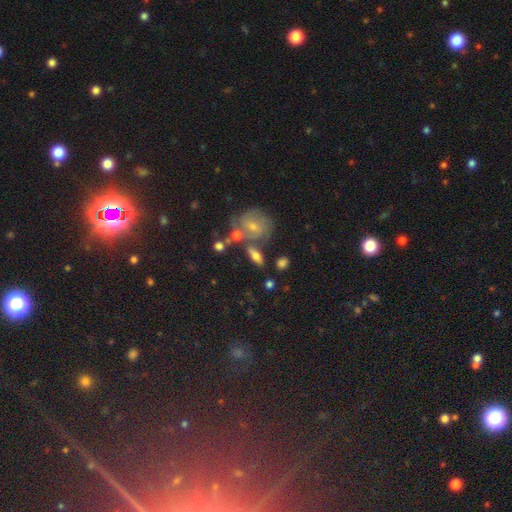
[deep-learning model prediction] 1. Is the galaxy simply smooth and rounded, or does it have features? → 61% smooth, 30% featured or disk, 9% star or artifact.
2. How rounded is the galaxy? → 63% in between, 25% cigar-shaped, 12% round.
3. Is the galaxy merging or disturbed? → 60% none, 20% merger, 15% minor disturbance, 6% major disturbance.